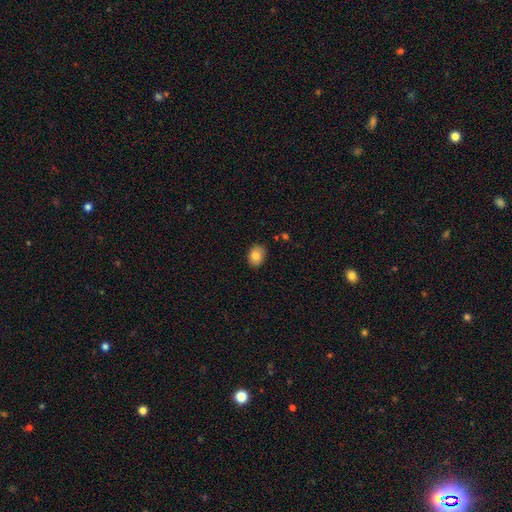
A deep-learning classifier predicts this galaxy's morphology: Smooth or featured: smooth — 83% (featured or disk — 9%)
How rounded: in between — 65% (round — 34%)
Merging: none — 85% (minor disturbance — 12%)